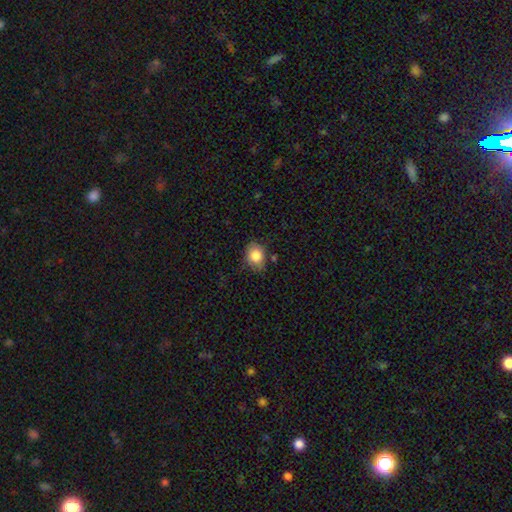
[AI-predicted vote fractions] Overall: smooth (84%). How rounded: round (50%; in between 49%). Merging: none (70%).